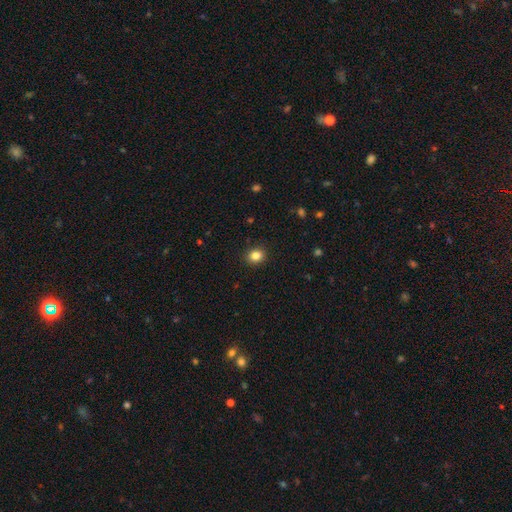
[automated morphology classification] smooth_or_featured: smooth (p=0.84) [alt: star or artifact p=0.11]
how_rounded: round (p=0.76) [alt: in between p=0.23]
merging: none (p=0.91) [alt: minor disturbance p=0.06]